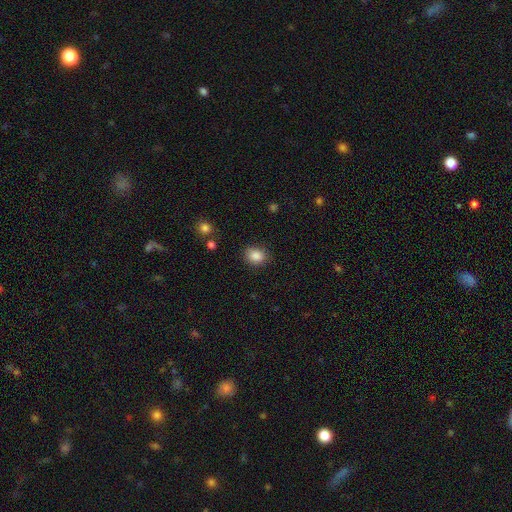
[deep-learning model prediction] Smooth or featured: smooth — 87% (star or artifact — 9%)
How rounded: round — 55% (in between — 44%)
Merging: none — 83% (minor disturbance — 12%)